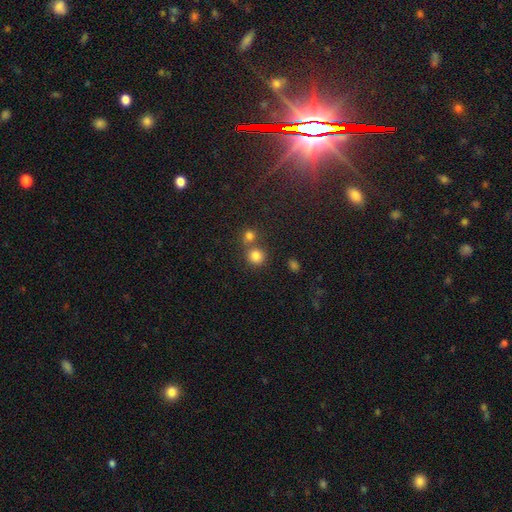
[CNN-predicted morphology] smooth 81%, star or artifact 13%, featured or disk 6%. Down the decision tree: how rounded — round (87%); merging — none (61%).